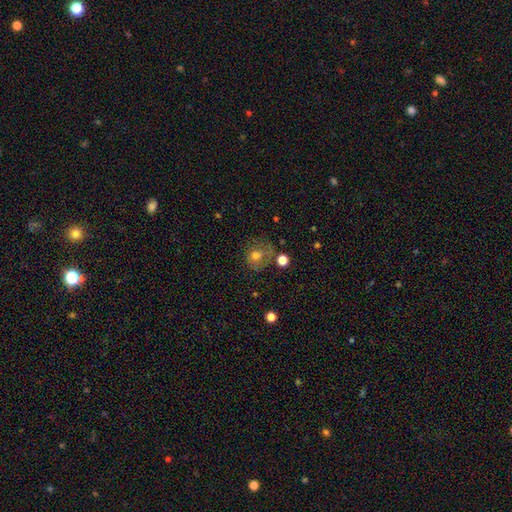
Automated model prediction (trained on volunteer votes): smooth-or-featured: smooth: 67% | featured or disk: 20% | star or artifact: 13%
  how-rounded: round: 72% | in between: 27% | cigar-shaped: 1%
  merging: none: 48% | minor disturbance: 25% | major disturbance: 20% | merger: 7%